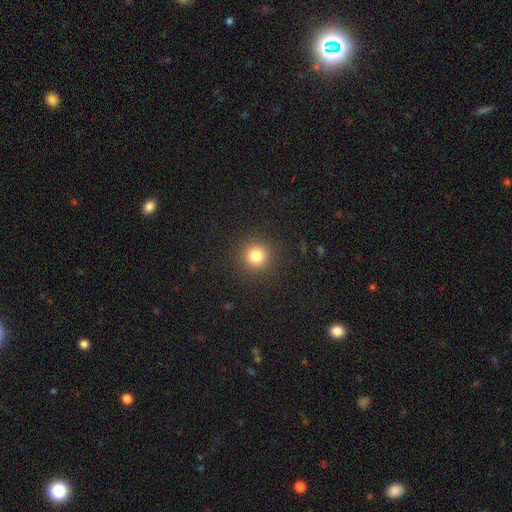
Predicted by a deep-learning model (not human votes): This appears to be a smooth galaxy with no disk features (81%) that is round (94%). Merging: none (91%).